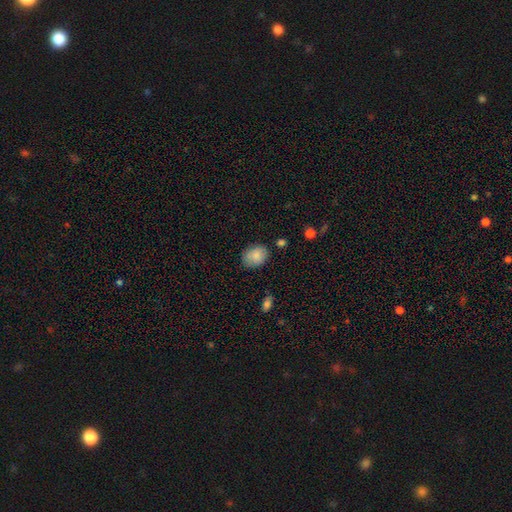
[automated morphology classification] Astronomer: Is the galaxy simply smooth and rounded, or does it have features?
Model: smooth — 85%.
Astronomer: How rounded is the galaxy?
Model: in between — 69%.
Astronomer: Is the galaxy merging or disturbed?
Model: none — 79%.